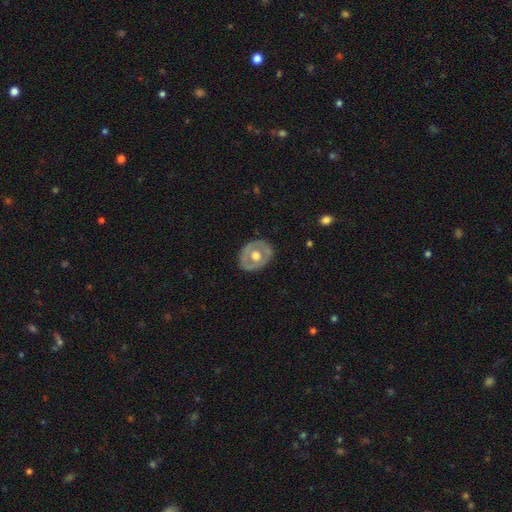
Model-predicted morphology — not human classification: Overall: featured or disk (56%; smooth 39%). Edge-on disk: no (92%). Bar: no (87%). Spiral arms: no (87%). Bulge size: moderate (57%; large 37%). Merging: none (80%).